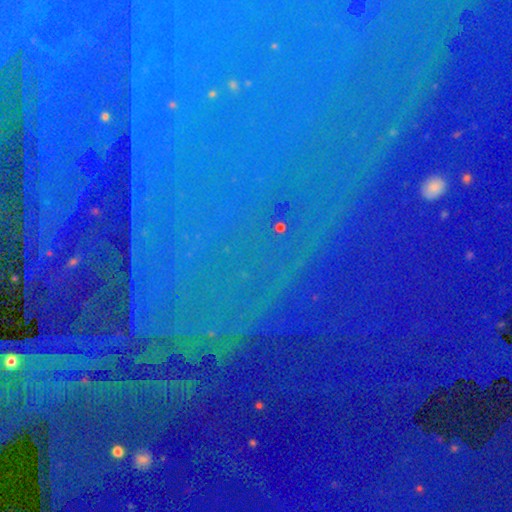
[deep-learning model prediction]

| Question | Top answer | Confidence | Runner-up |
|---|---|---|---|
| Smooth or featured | star or artifact | 88% | featured or disk (6%) |